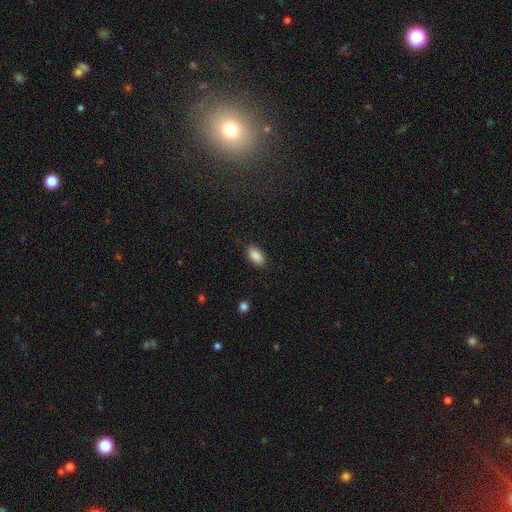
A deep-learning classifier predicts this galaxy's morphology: Smooth or featured? smooth (89%)
How rounded? in between (93%)
Merging? none (87%)